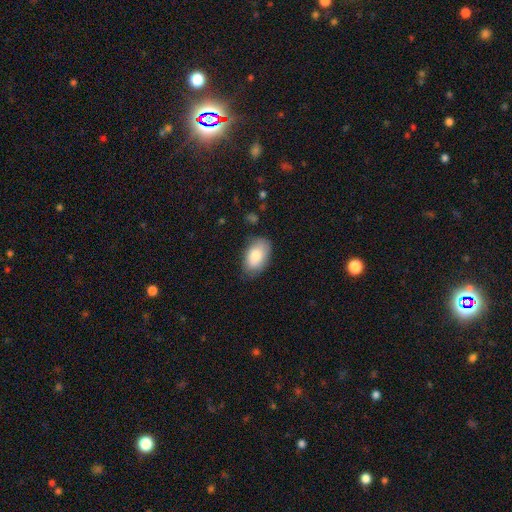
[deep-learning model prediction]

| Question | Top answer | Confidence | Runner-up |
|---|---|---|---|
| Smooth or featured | smooth | 82% | featured or disk (12%) |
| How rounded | in between | 92% | round (6%) |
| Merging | none | 75% | minor disturbance (20%) |